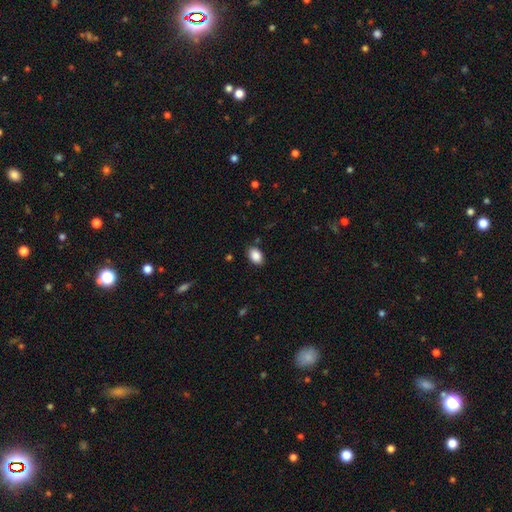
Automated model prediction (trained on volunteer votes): smooth_or_featured: smooth (p=0.89) [alt: star or artifact p=0.08]
how_rounded: in between (p=0.86) [alt: round p=0.13]
merging: none (p=0.84) [alt: minor disturbance p=0.12]